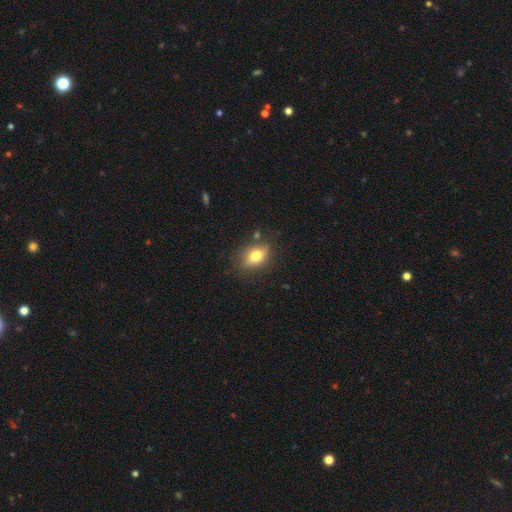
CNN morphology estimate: Smooth or featured? smooth (73%)
How rounded? in between (76%)
Merging? none (77%)